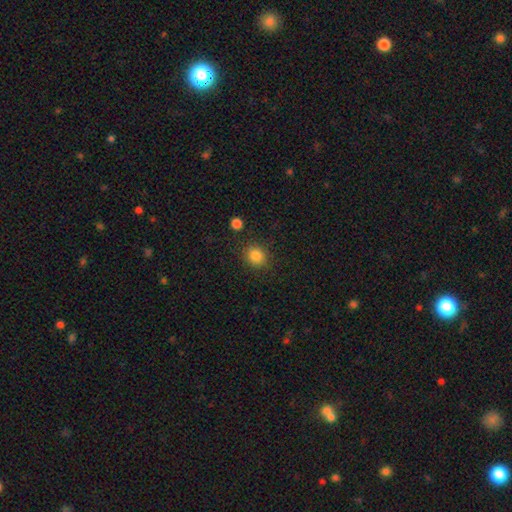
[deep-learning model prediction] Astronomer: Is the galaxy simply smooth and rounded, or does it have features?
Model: smooth — 84%.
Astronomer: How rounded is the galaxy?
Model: round — 81%.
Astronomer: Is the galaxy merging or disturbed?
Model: none — 86%.